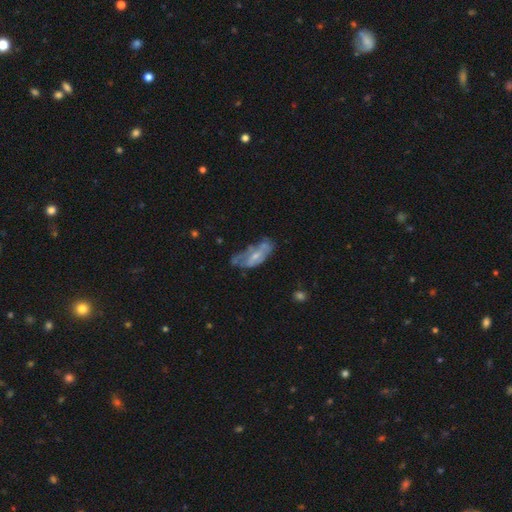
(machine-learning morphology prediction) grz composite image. It shows a featured or disk galaxy (56%). Merging: none (37%).